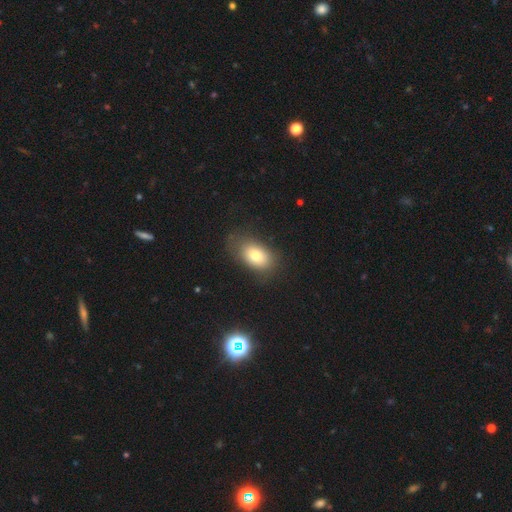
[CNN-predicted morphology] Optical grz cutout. It shows a smooth galaxy with no disk features (76%) that is in between round and cigar-shaped (86%). Merging: none (72%).